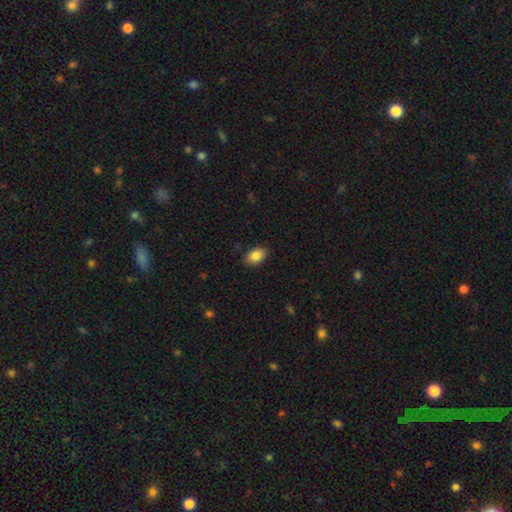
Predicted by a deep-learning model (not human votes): Q: Smooth or featured?
A: smooth (87%); runner-up: star or artifact (7%)
Q: How rounded?
A: in between (89%); runner-up: round (10%)
Q: Merging?
A: none (88%); runner-up: minor disturbance (9%)